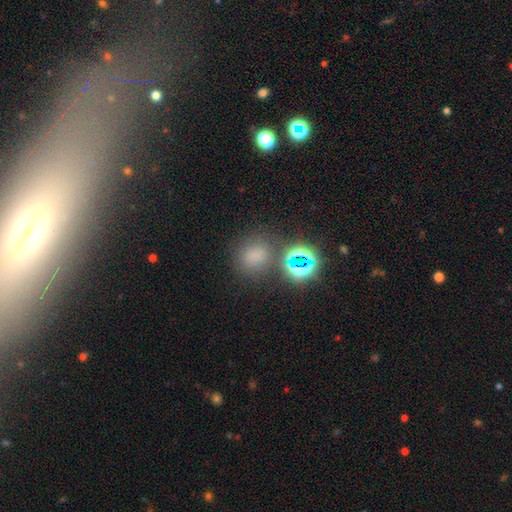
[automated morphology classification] A smooth galaxy with no disk features (60%) that is round (72%).

Vote fractions:
- Smooth or featured? smooth: 60% / star or artifact: 32% / featured or disk: 7%
- How rounded? round: 72% / in between: 27% / cigar-shaped: 1%
- Merging? none: 73% / minor disturbance: 12% / merger: 10% / major disturbance: 5%